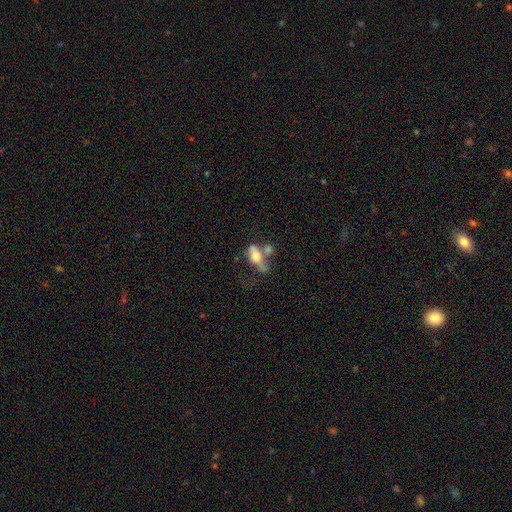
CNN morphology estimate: Smooth or featured? Predicted: smooth (p=0.55). How rounded? Predicted: in between (p=0.77). Merging? Predicted: merger (p=0.38).